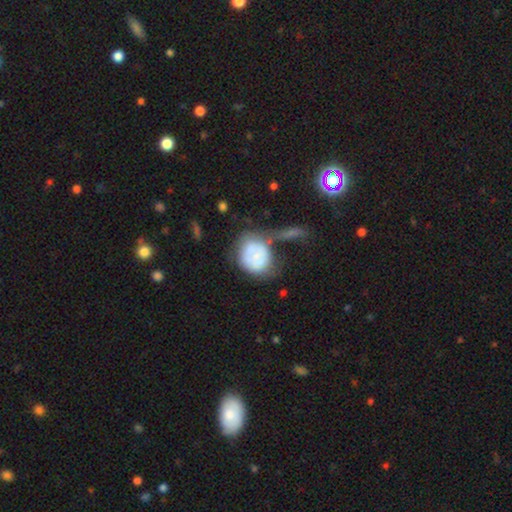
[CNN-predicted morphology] Smooth or featured? Predicted: smooth (p=0.59). How rounded? Predicted: round (p=0.72). Merging? Predicted: merger (p=0.29, tied with none).